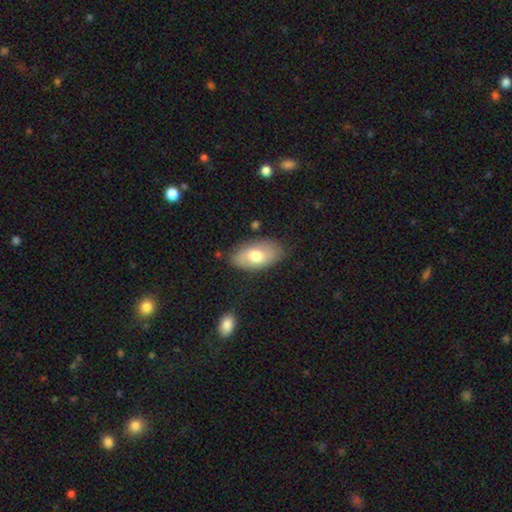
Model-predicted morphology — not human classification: Smooth or featured? smooth (70%)
How rounded? in between (94%)
Merging? none (78%)